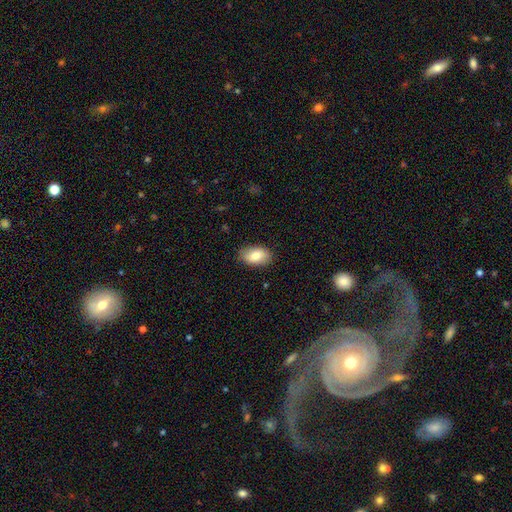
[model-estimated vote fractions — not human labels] Overall: smooth (80%). How rounded: in between (91%). Merging: none (85%).